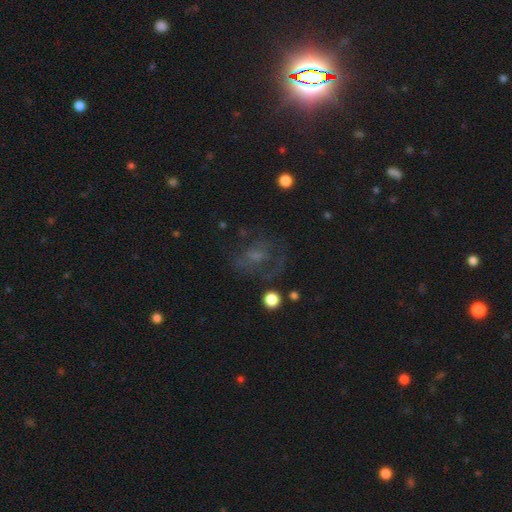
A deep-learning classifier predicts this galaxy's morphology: type=featured or disk (48%); merging=none (54%).